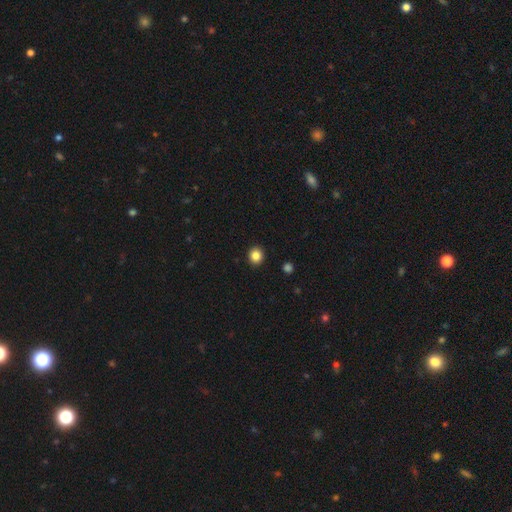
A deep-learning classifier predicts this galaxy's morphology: The model was most divided on "how rounded": round: 83%, in between: 16%, cigar-shaped: 1%. More confident: merging — none (92%); smooth or featured — smooth (86%).